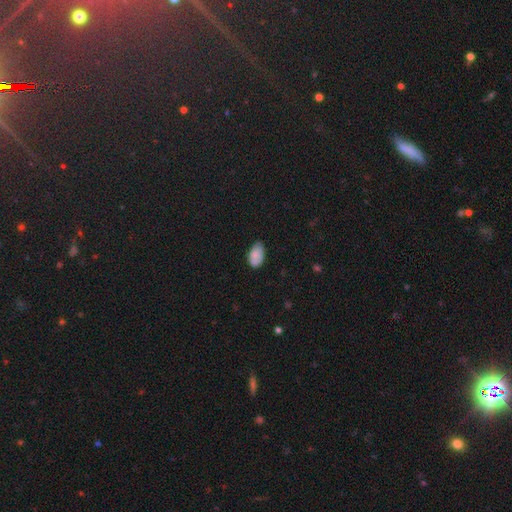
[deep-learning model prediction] Smooth or featured? Predicted: smooth (p=0.73). How rounded? Predicted: in between (p=0.93). Merging? Predicted: none (p=0.57).